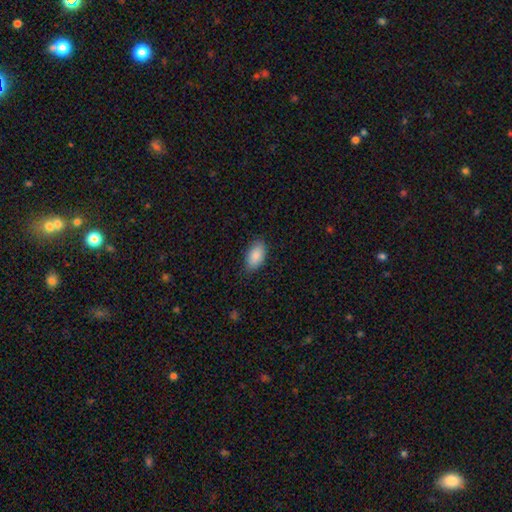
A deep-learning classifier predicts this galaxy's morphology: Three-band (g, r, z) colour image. It shows a smooth galaxy with no disk features (88%) that is in between round and cigar-shaped (94%). Merging: none (83%).